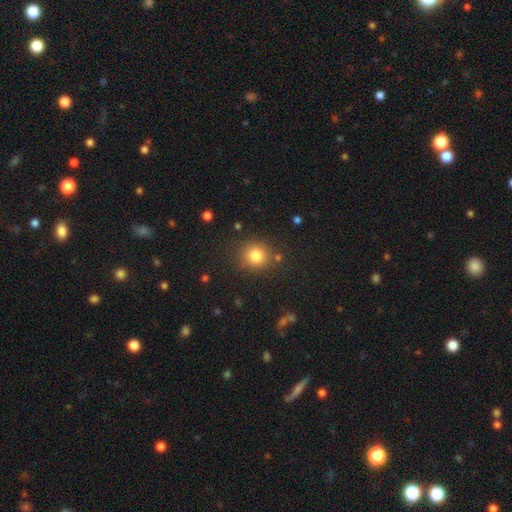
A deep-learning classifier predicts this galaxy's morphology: A smooth galaxy with no disk features (81%) that is round (88%). Merging: none (84%).